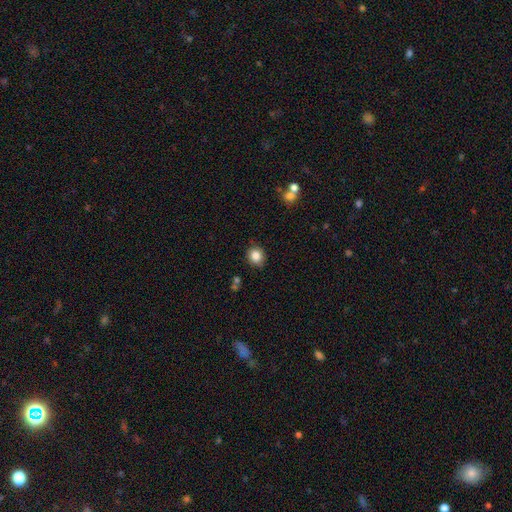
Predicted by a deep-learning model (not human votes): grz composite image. It shows a smooth galaxy with no disk features (84%) that is round (75%). Merging: none (84%).